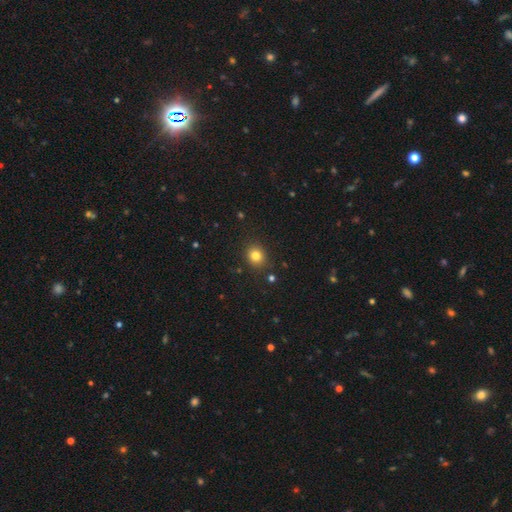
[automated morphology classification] type=smooth (80%); roundness=round (75%); merging=none (87%).